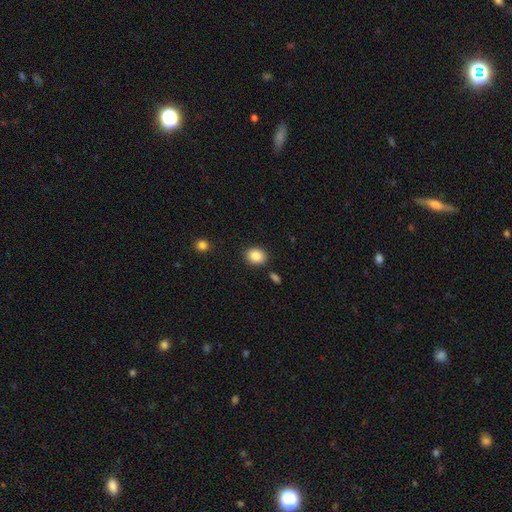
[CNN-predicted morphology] Q: Smooth or featured?
A: smooth (87%); runner-up: star or artifact (8%)
Q: How rounded?
A: round (51%); runner-up: in between (48%)
Q: Merging?
A: none (86%); runner-up: minor disturbance (8%)